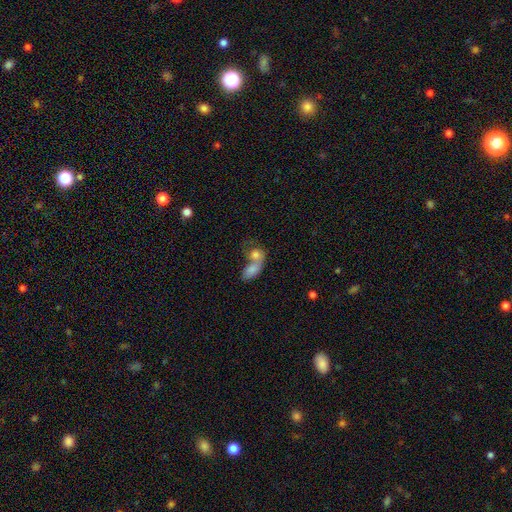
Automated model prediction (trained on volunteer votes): Overall: smooth (67%). How rounded: in between (66%; round 30%). Merging: merger (72%).